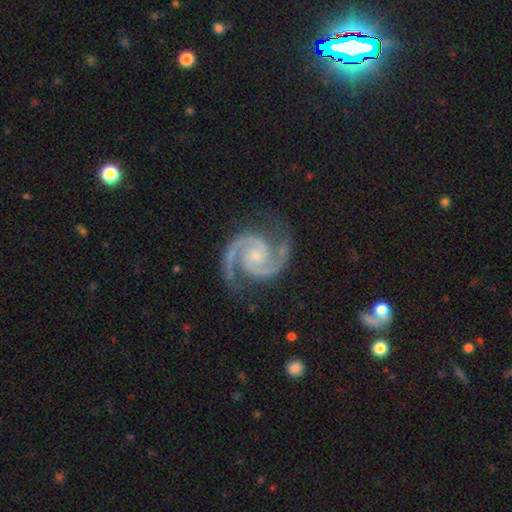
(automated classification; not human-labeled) smooth-or-featured: featured or disk: 95% | star or artifact: 4% | smooth: 2%
  disk-edge-on: no: 99% | yes: 1%
    bar: no: 63% | weak: 29% | strong: 8%
    has-spiral-arms: yes: 99% | no: 1%
      spiral-winding: medium: 57% | tight: 38% | loose: 6%
      spiral-arm-count: 2: 94% | 3: 1% | can't tell: 1% | 1: 1% | 4: 1% | more than 4: 1%
    bulge-size: small: 54% | moderate: 30% | none: 12% | large: 2% | dominant: 1%
  merging: none: 81% | minor disturbance: 14% | major disturbance: 4% | merger: 1%